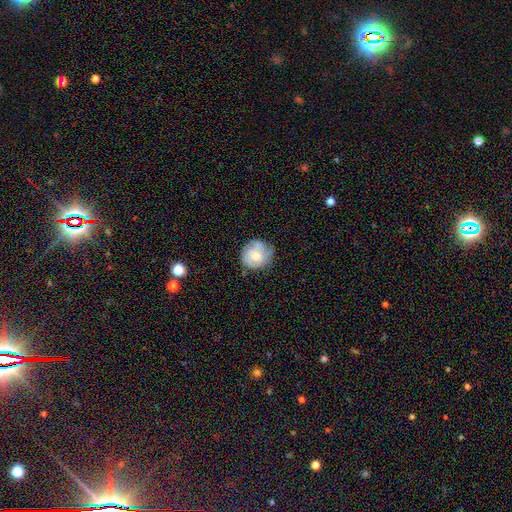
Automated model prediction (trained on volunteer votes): Smooth or featured? Predicted: smooth (p=0.51). How rounded? Predicted: round (p=0.85). Merging? Predicted: none (p=0.64).